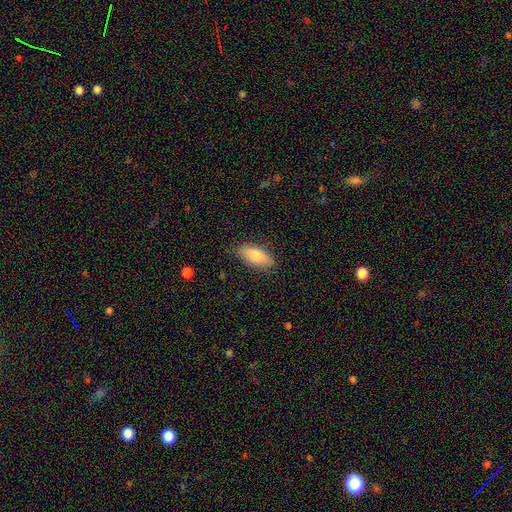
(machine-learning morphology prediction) A smooth galaxy with no disk features (81%) that is in between round and cigar-shaped (85%). Merging: none (81%).